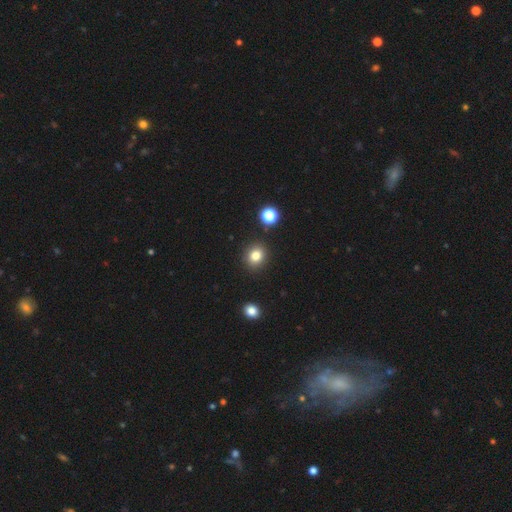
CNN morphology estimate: smooth 80%, star or artifact 13%, featured or disk 7%. Down the decision tree: how rounded — round (78%); merging — none (88%).